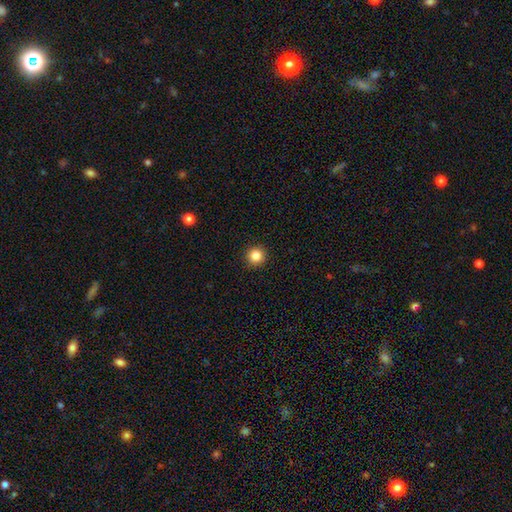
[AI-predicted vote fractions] Overall: smooth (85%). How rounded: round (96%). Merging: none (93%).